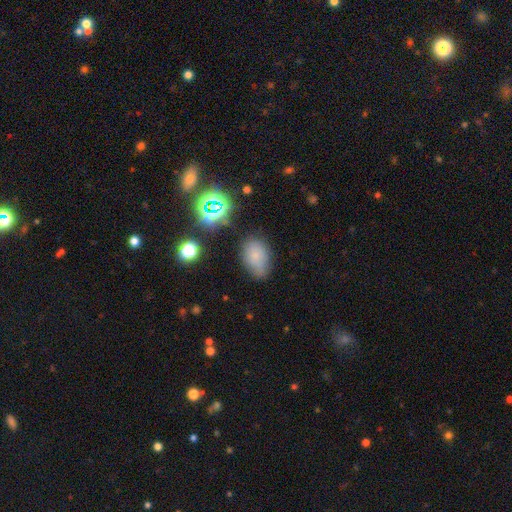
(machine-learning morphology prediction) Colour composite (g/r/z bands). It shows a smooth galaxy with no disk features (67%) that is in between round and cigar-shaped (85%). Merging: none (67%).